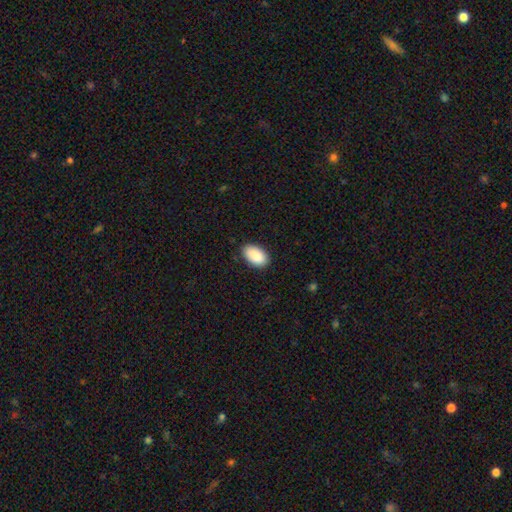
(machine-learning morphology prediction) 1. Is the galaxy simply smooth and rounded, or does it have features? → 90% smooth, 6% star or artifact, 3% featured or disk.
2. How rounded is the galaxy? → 95% in between, 4% round, 1% cigar-shaped.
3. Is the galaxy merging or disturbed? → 87% none, 10% minor disturbance, 2% major disturbance, 1% merger.